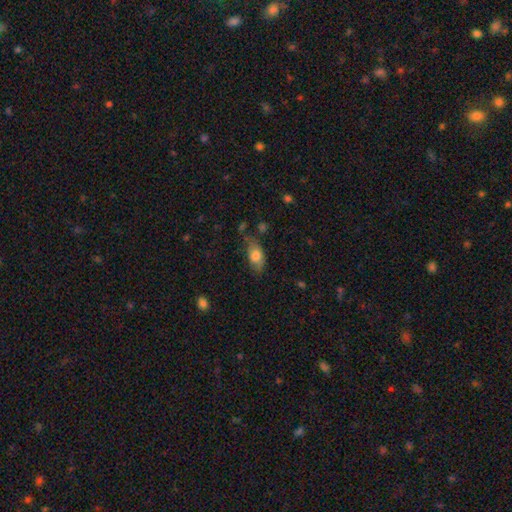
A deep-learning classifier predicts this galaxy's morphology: smooth 75%, featured or disk 17%, star or artifact 7%. Down the decision tree: how rounded — in between (88%); merging — none (61%).